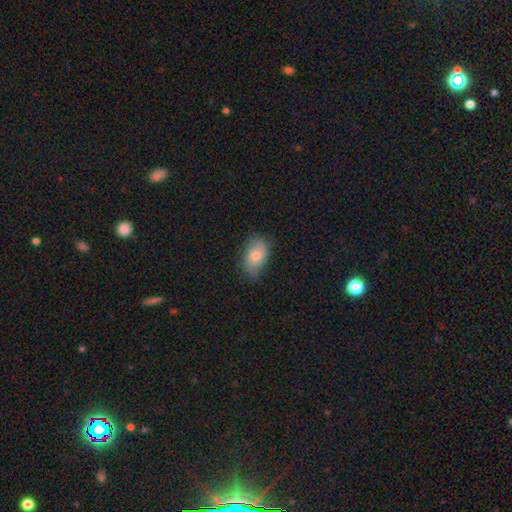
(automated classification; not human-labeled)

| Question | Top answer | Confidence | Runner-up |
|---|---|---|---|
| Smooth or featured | smooth | 75% | featured or disk (18%) |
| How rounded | in between | 90% | round (9%) |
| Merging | none | 70% | minor disturbance (24%) |